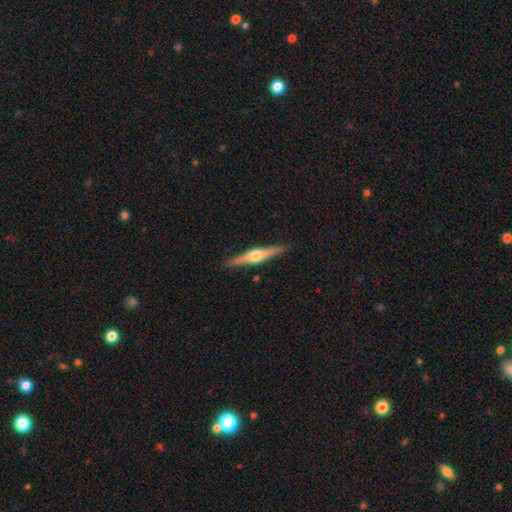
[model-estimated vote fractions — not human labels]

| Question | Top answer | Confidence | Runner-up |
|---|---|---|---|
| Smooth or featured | featured or disk | 67% | smooth (27%) |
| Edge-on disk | yes | 97% | no (3%) |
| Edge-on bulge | rounded | 91% | boxy (5%) |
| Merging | none | 90% | minor disturbance (7%) |